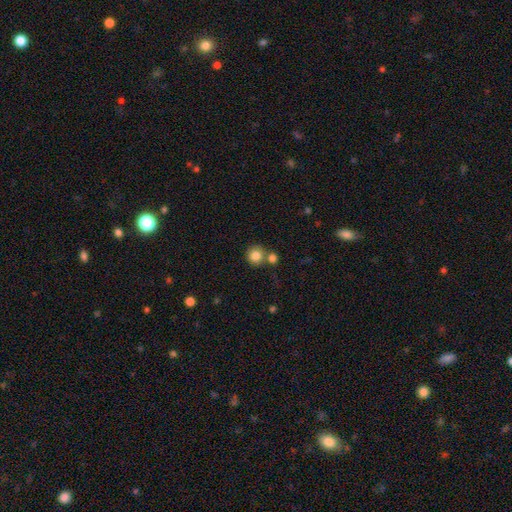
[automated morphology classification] Smooth or featured? smooth (83%)
How rounded? round (92%)
Merging? none (64%)